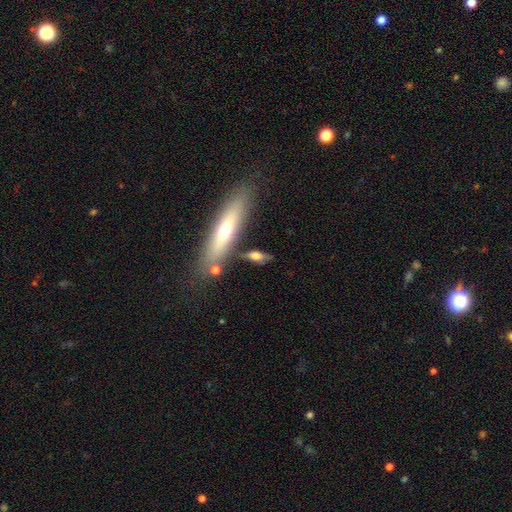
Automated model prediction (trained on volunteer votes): smooth-or-featured: smooth: 58% | featured or disk: 33% | star or artifact: 9%
  how-rounded: in between: 47% | cigar-shaped: 46% | round: 8%
  merging: none: 68% | minor disturbance: 15% | merger: 11% | major disturbance: 6%